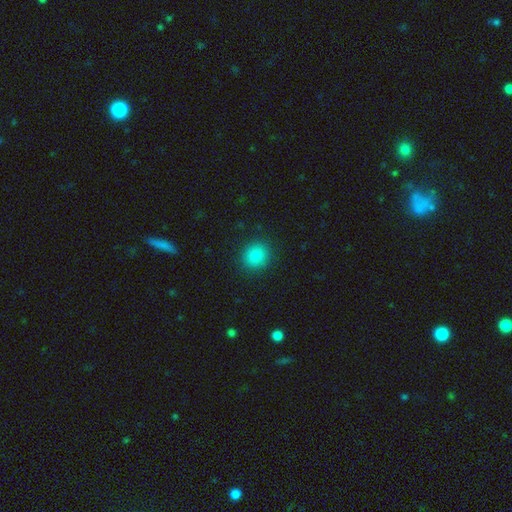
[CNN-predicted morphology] The model was most divided on "how rounded": round: 84%, in between: 15%, cigar-shaped: 1%. More confident: merging — none (90%); smooth or featured — smooth (86%).